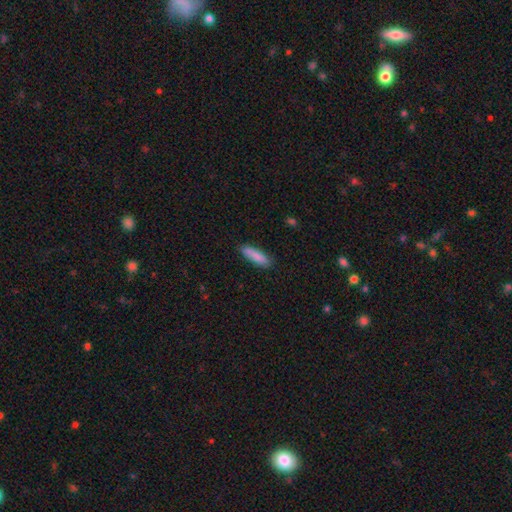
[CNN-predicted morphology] smooth_or_featured: smooth (p=0.87) [alt: featured or disk p=0.07]
how_rounded: cigar-shaped (p=0.70) [alt: in between p=0.28]
merging: none (p=0.87) [alt: minor disturbance p=0.10]